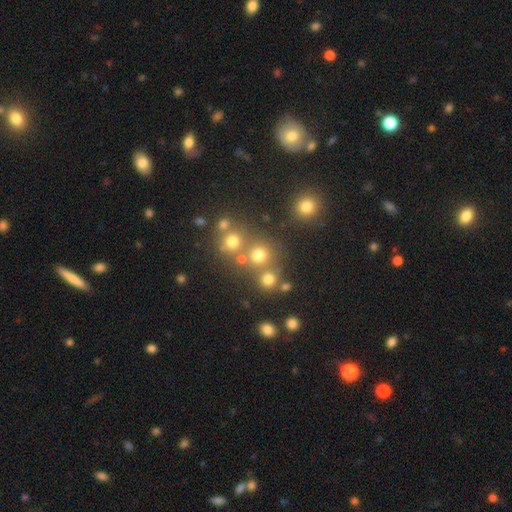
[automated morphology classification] Q: Smooth or featured?
A: smooth (43%); runner-up: star or artifact (41%)
Q: Merging?
A: none (56%); runner-up: merger (31%)